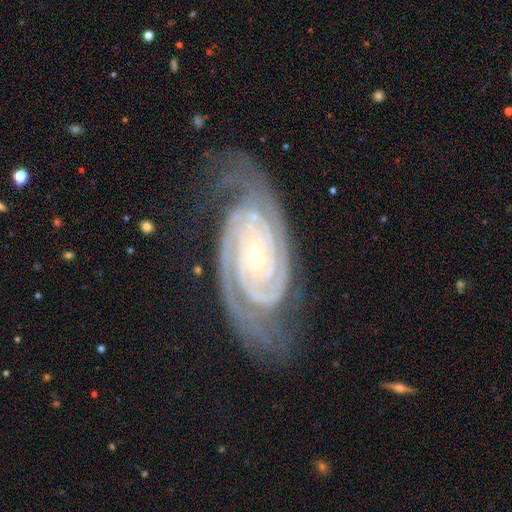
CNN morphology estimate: This appears to be a featured or disk galaxy (93%) with no bar (65%), 2 (66%) tight (80%) spiral arms (99%) and a small central bulge (79%). Merging: none (71%).